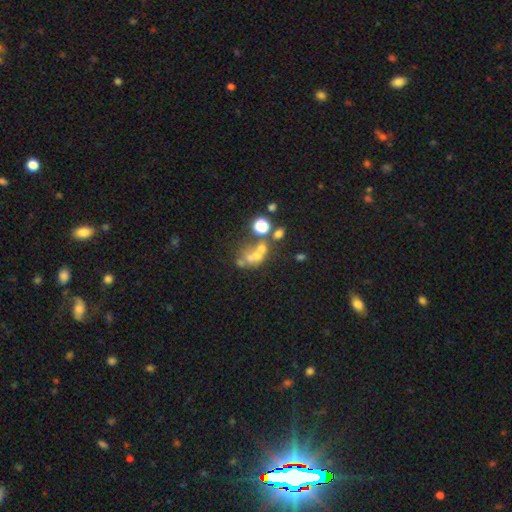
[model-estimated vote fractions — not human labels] A smooth galaxy with no disk features (38%).

Vote fractions:
- Smooth or featured? smooth: 38% / featured or disk: 36% / star or artifact: 26%
- Merging? merger: 47% / none: 29% / major disturbance: 14% / minor disturbance: 10%